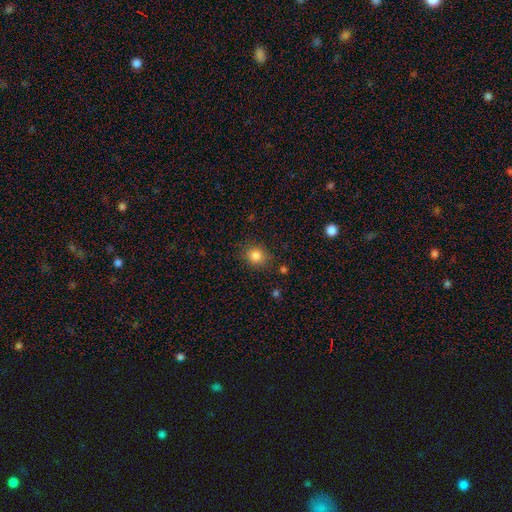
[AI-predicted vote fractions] This is clearly a smooth galaxy (84%). How rounded: likely round (68%). Merging: clearly none (83%).